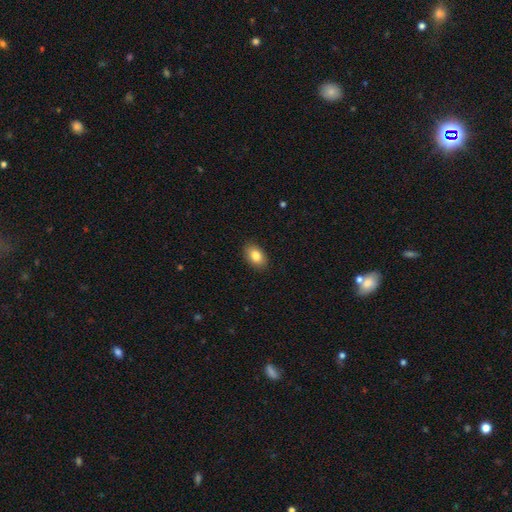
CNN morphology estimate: This appears to be a smooth galaxy with no disk features (84%) that is in between round and cigar-shaped (89%). Merging: none (89%).